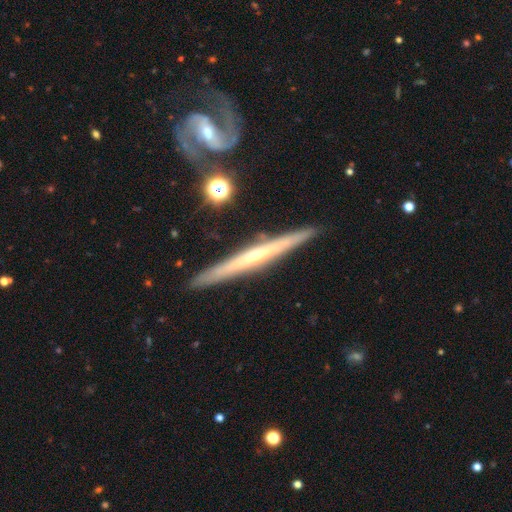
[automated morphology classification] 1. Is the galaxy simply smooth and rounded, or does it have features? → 79% featured or disk, 16% smooth, 5% star or artifact.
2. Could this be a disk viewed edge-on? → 95% yes, 5% no.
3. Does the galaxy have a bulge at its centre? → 63% rounded, 32% none, 5% boxy.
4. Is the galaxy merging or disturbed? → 88% none, 8% minor disturbance, 3% merger, 2% major disturbance.